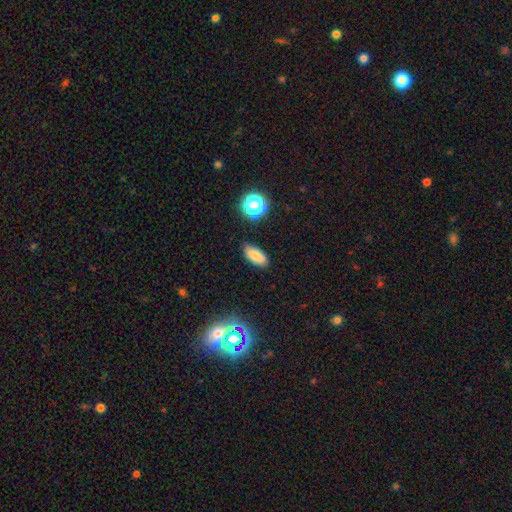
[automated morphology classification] Overall: smooth (81%). How rounded: in between (86%). Merging: none (84%).